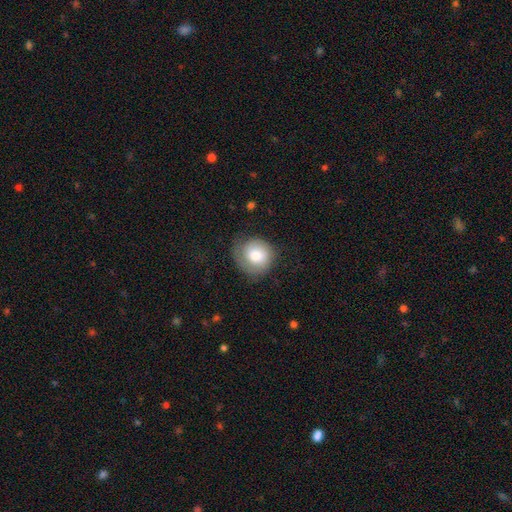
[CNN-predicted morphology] A smooth galaxy with no disk features (64%) that is round (87%). Merging: none (66%).